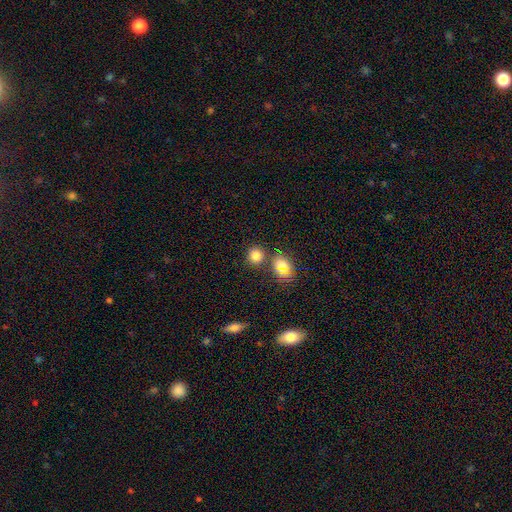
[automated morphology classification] A smooth galaxy with no disk features (76%) that is round (84%). Merging: none (78%).